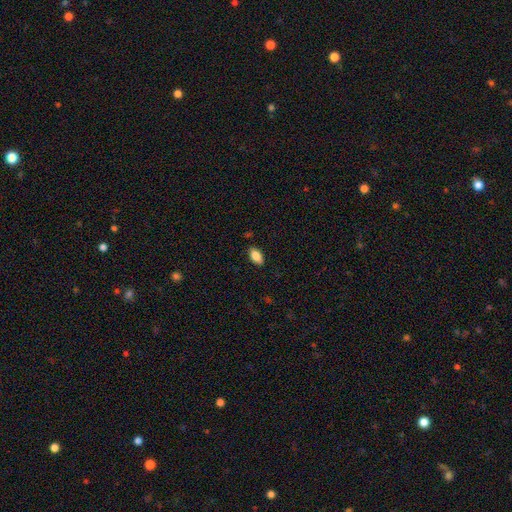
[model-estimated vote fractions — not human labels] This is clearly a smooth galaxy (84%). How rounded: clearly in between (92%). Merging: clearly none (87%).